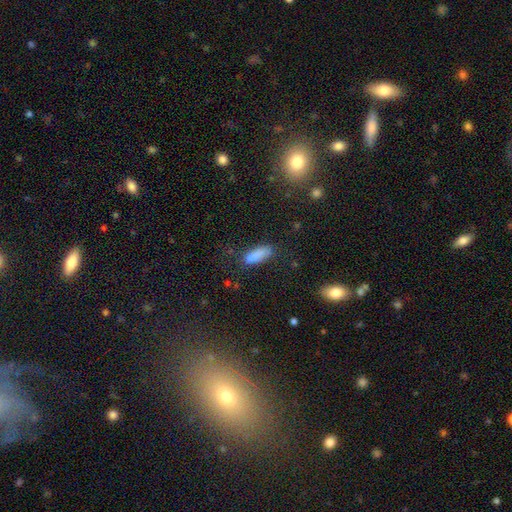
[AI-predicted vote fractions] Smooth or featured?
  - smooth: 84% *
  - star or artifact: 9%
  - featured or disk: 8%
How rounded?
  - in between: 63% *
  - cigar-shaped: 34%
  - round: 2%
Merging?
  - none: 67% *
  - minor disturbance: 21%
  - major disturbance: 7%
  - merger: 4%